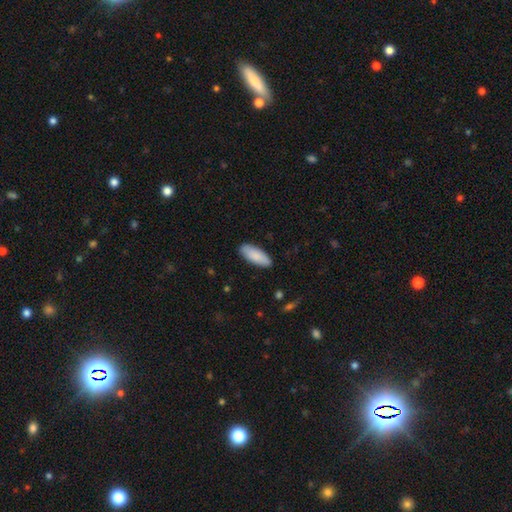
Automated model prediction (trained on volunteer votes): Morphology: type=smooth (87%); roundness=in between (77%); merging=none (86%).